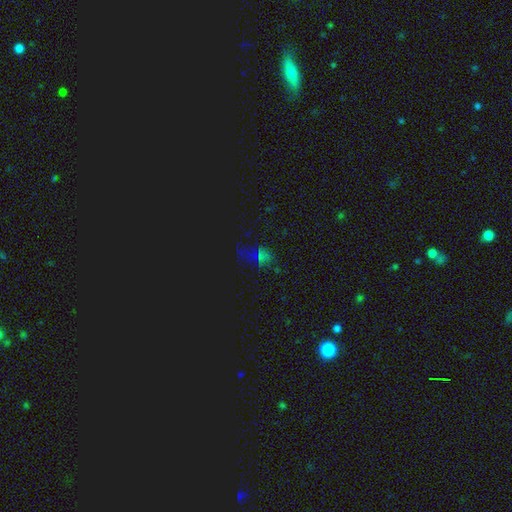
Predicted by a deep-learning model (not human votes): smooth_or_featured: star or artifact (p=0.56) [alt: smooth p=0.34]